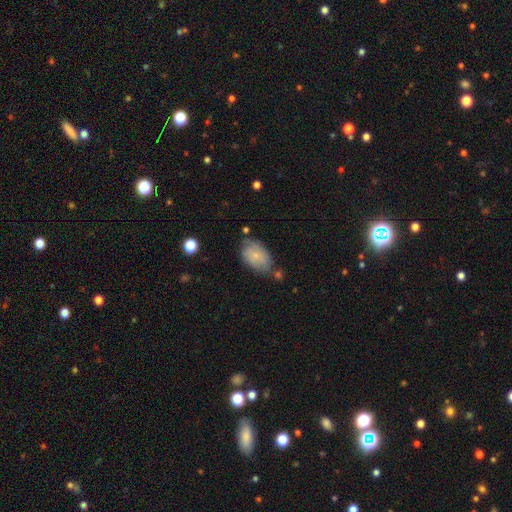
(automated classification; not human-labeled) A smooth galaxy with no disk features (72%) that is in between round and cigar-shaped (89%).

Vote fractions:
- Smooth or featured? smooth: 72% / featured or disk: 21% / star or artifact: 7%
- How rounded? in between: 89% / round: 9% / cigar-shaped: 2%
- Merging? none: 57% / minor disturbance: 28% / merger: 8% / major disturbance: 7%